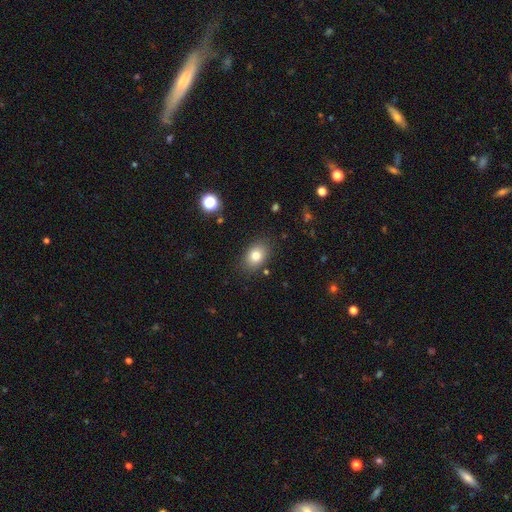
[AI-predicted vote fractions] smooth 81%, star or artifact 10%, featured or disk 9%. Down the decision tree: how rounded — in between (75%); merging — none (84%).